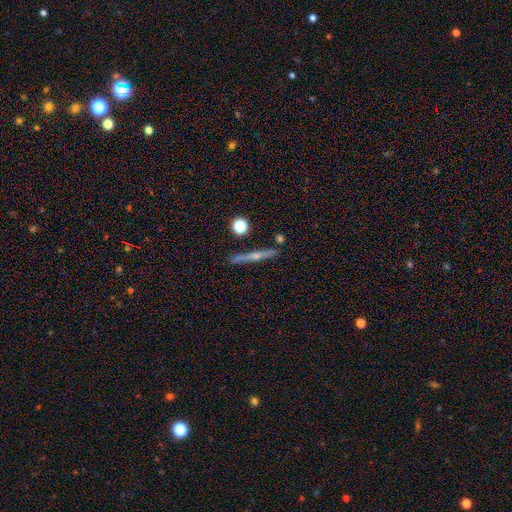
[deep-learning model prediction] Q: Smooth or featured?
A: featured or disk (70%); runner-up: smooth (22%)
Q: Edge-on disk?
A: yes (97%); runner-up: no (3%)
Q: Edge-on bulge?
A: rounded (85%); runner-up: none (12%)
Q: Merging?
A: none (87%); runner-up: minor disturbance (8%)